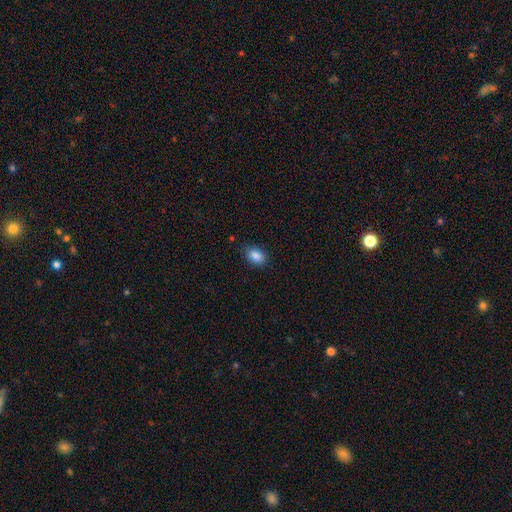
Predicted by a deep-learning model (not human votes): smooth-or-featured: smooth: 87% | star or artifact: 8% | featured or disk: 5%
  how-rounded: in between: 82% | round: 17% | cigar-shaped: 1%
  merging: none: 83% | minor disturbance: 13% | major disturbance: 3% | merger: 1%